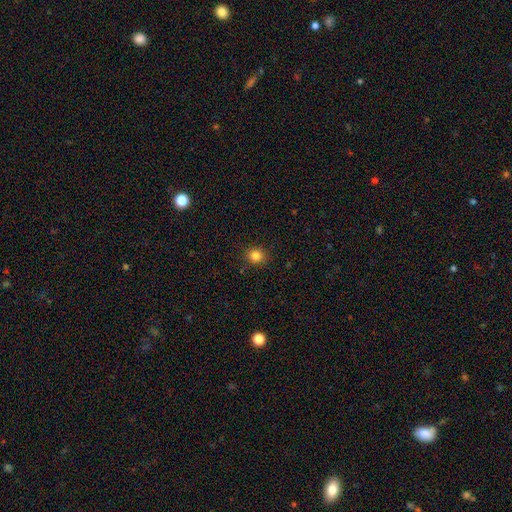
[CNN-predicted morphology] Overall: smooth (83%). How rounded: round (84%). Merging: none (89%).